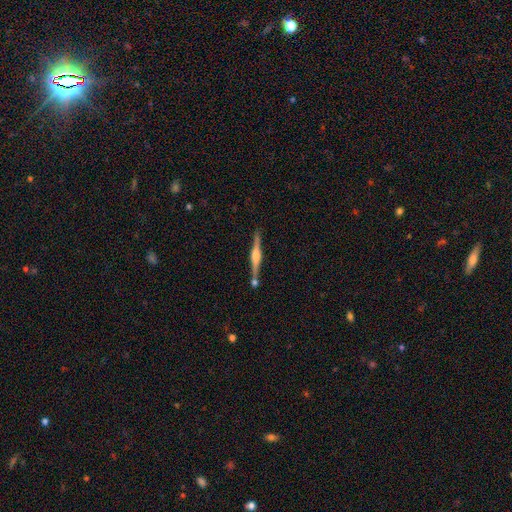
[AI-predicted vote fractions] This is clearly a featured or disk galaxy (80%). It is clearly viewed edge-on (98%). Edge-on bulge: likely rounded (78%). Merging: clearly none (80%).